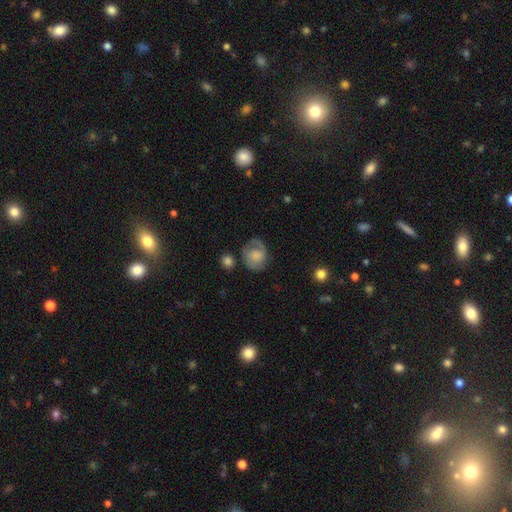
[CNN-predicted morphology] The model was most divided on "smooth or featured": featured or disk: 50%, smooth: 42%, star or artifact: 8%. More confident: merging — none (63%).